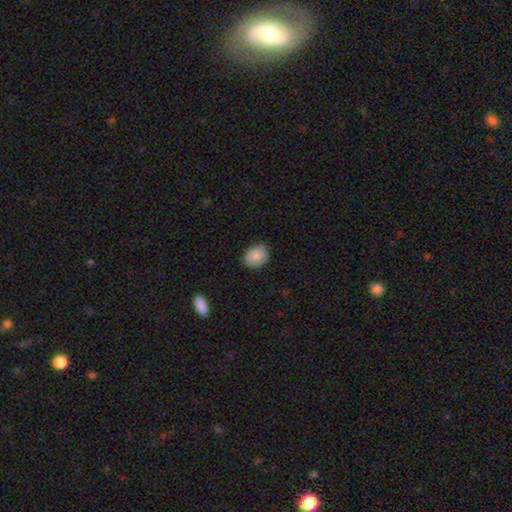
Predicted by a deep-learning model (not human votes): smooth-or-featured: smooth: 87% | star or artifact: 7% | featured or disk: 6%
  how-rounded: in between: 53% | round: 46% | cigar-shaped: 1%
  merging: none: 83% | minor disturbance: 13% | major disturbance: 3% | merger: 1%